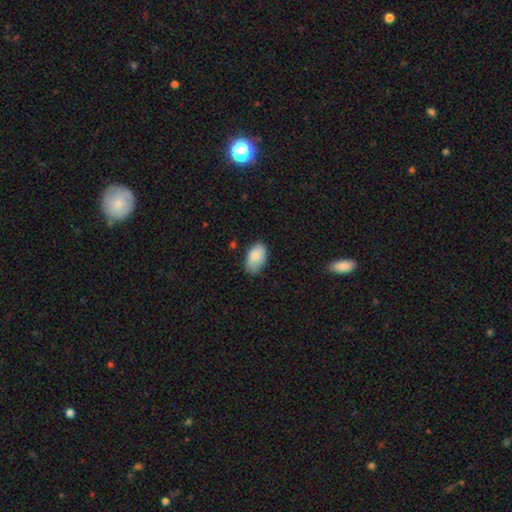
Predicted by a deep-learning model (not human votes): smooth_or_featured: smooth (p=0.87) [alt: star or artifact p=0.07]
how_rounded: in between (p=0.93) [alt: round p=0.06]
merging: none (p=0.69) [alt: minor disturbance p=0.25]